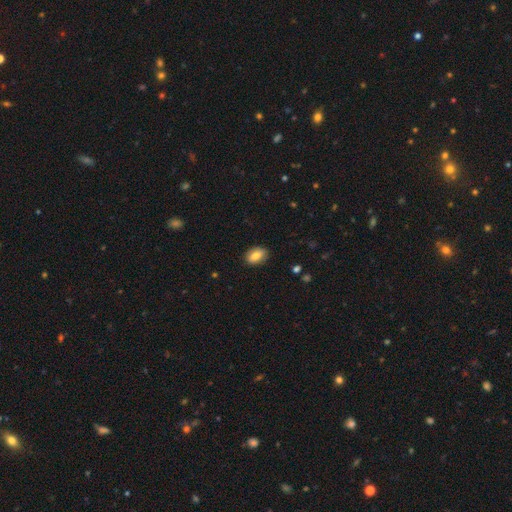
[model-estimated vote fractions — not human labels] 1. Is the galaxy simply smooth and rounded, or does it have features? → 83% smooth, 9% featured or disk, 8% star or artifact.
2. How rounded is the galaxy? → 84% in between, 15% round, 2% cigar-shaped.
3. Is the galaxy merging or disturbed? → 86% none, 10% minor disturbance, 2% major disturbance, 1% merger.